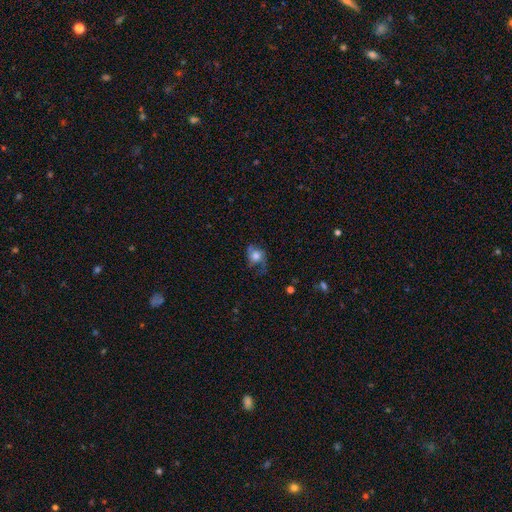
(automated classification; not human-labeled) Smooth or featured?
  - smooth: 51% *
  - featured or disk: 39%
  - star or artifact: 10%
How rounded?
  - round: 59% *
  - in between: 40%
  - cigar-shaped: 1%
Merging?
  - none: 45% *
  - major disturbance: 27%
  - minor disturbance: 25%
  - merger: 2%